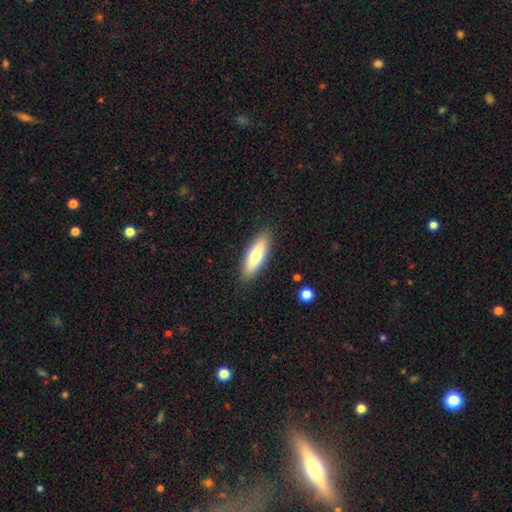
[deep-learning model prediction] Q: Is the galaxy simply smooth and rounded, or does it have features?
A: smooth — 69%.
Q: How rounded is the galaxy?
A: in between — 51%.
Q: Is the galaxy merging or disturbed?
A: none — 88%.